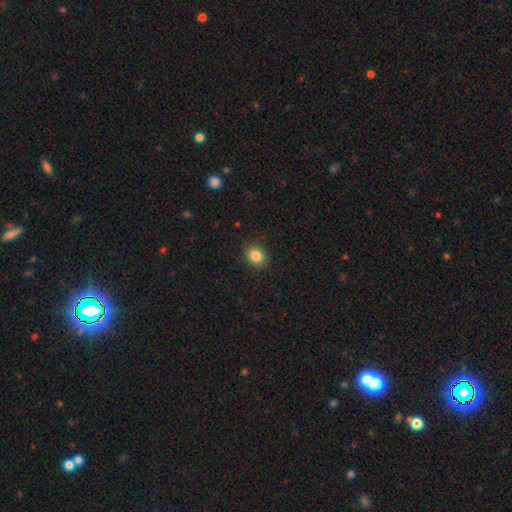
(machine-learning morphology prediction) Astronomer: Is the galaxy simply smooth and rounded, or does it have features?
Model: smooth — 84%.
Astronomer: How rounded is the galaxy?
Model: round — 63%.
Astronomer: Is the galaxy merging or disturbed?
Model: none — 89%.